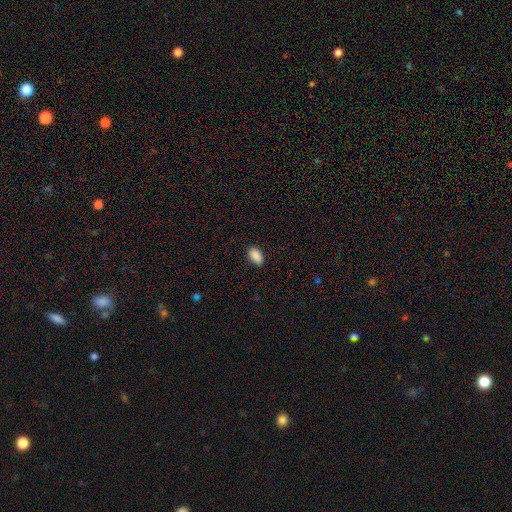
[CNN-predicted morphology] This appears to be a smooth galaxy with no disk features (89%) that is in between round and cigar-shaped (91%). Merging: none (86%).